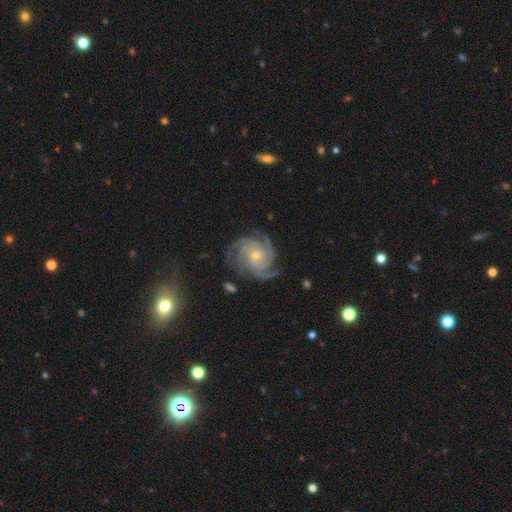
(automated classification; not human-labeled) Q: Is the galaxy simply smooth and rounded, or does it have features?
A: featured or disk — 91%.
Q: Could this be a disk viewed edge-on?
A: no — 98%.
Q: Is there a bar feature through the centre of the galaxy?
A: no — 76%.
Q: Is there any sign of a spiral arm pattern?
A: yes — 99%.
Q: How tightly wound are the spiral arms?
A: tight — 67%.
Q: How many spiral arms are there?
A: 4 — 41%.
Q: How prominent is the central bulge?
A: small — 62%.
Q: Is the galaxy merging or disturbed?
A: none — 76%.